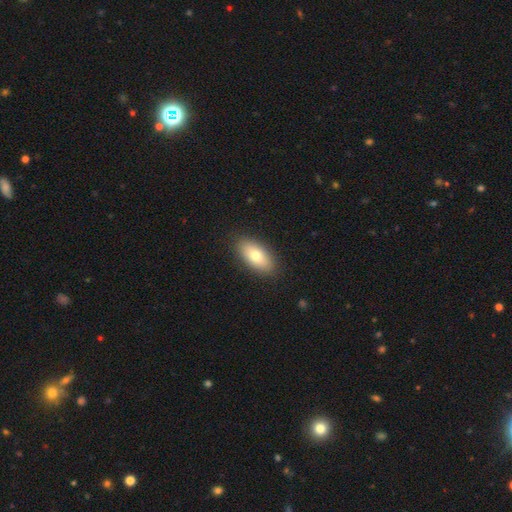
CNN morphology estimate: smooth 76%, featured or disk 17%, star or artifact 7%. Down the decision tree: how rounded — in between (90%); merging — none (88%).